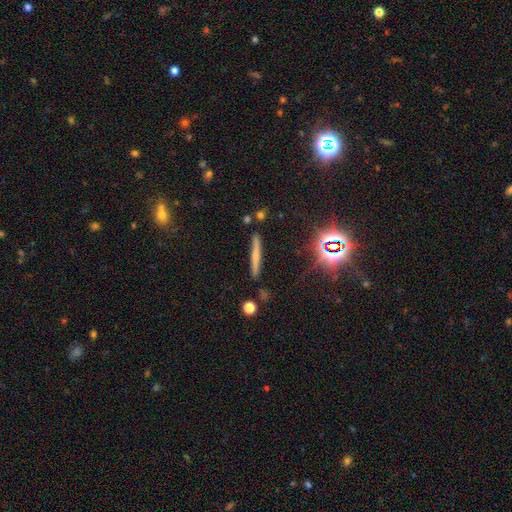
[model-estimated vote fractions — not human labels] This appears to be a smooth galaxy with no disk features (50%) that is cigar-shaped (93%). Merging: none (86%).